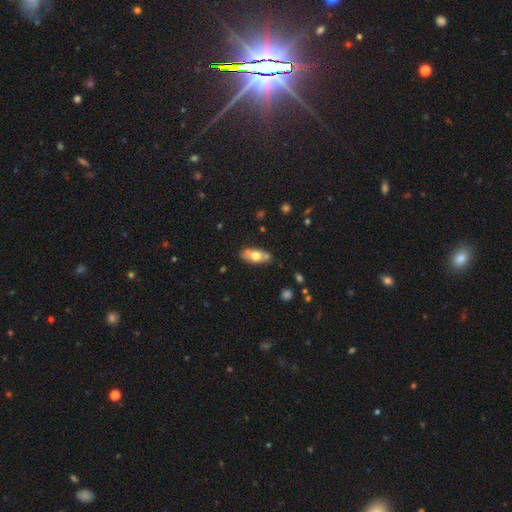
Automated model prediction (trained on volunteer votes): Smooth or featured? smooth (60%)
How rounded? in between (84%)
Merging? none (74%)